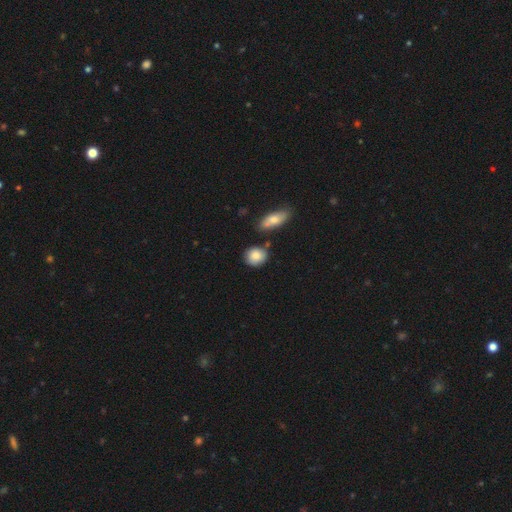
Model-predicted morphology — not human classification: A smooth galaxy with no disk features (85%) that is round (74%). Merging: none (73%).